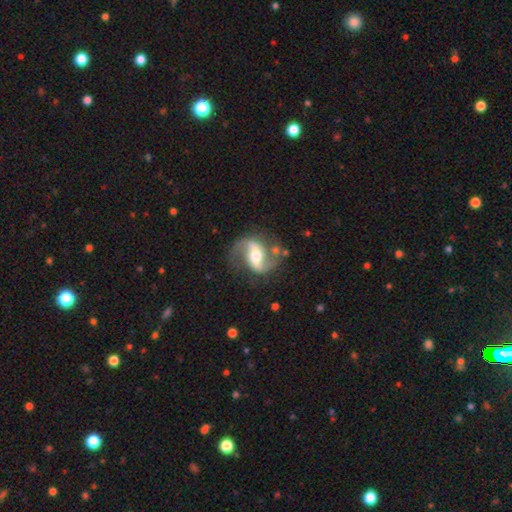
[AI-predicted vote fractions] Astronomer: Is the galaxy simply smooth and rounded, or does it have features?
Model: featured or disk — 89%.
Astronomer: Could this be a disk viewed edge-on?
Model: no — 97%.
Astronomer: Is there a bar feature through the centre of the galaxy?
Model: strong — 41% (runner-up: weak, 36%).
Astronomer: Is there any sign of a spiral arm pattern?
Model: yes — 96%.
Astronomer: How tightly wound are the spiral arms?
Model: loose — 49% (runner-up: medium, 42%).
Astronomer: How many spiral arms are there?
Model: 2 — 93%.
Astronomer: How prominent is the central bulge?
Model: moderate — 67%.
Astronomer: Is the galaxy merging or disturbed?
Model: none — 76%.